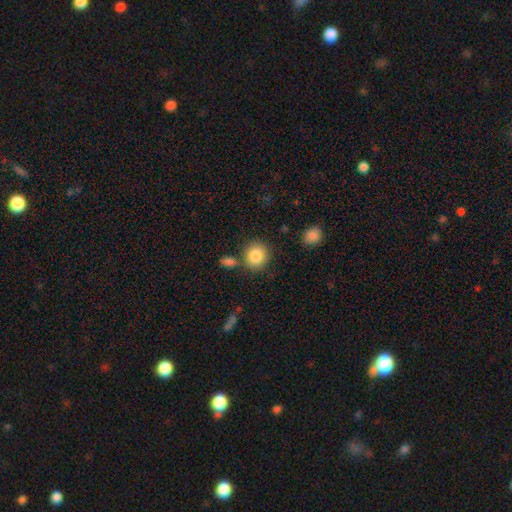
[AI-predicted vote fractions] Overall: smooth (87%). How rounded: round (85%). Merging: none (78%).